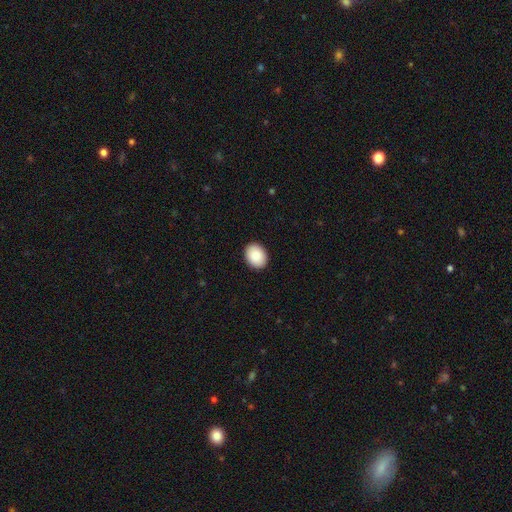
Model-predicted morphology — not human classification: Smooth or featured? smooth (89%)
How rounded? in between (62%)
Merging? none (91%)